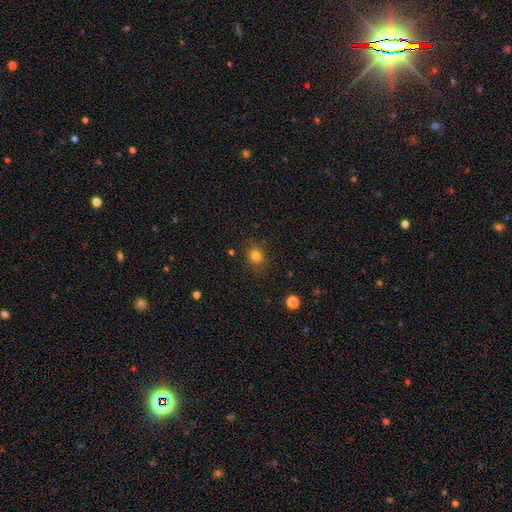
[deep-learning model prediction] Overall: smooth (80%). How rounded: round (68%; in between 31%). Merging: none (83%).